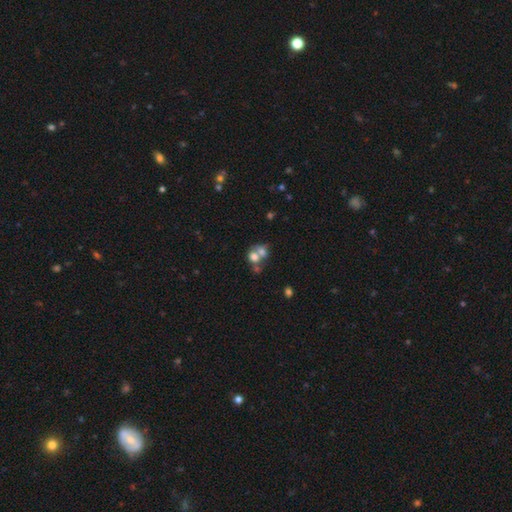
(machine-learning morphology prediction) smooth_or_featured: smooth (p=0.63) [alt: featured or disk p=0.24]
how_rounded: round (p=0.56) [alt: in between p=0.43]
merging: merger (p=0.61) [alt: none p=0.25]